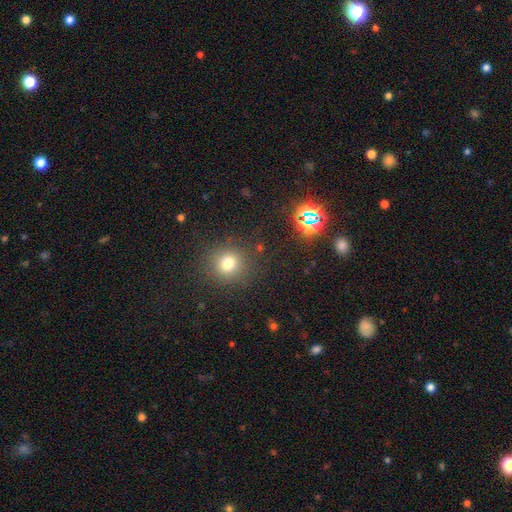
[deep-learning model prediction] smooth_or_featured: smooth (p=0.61) [alt: star or artifact p=0.33]
how_rounded: round (p=0.92) [alt: in between p=0.07]
merging: none (p=0.90) [alt: minor disturbance p=0.05]